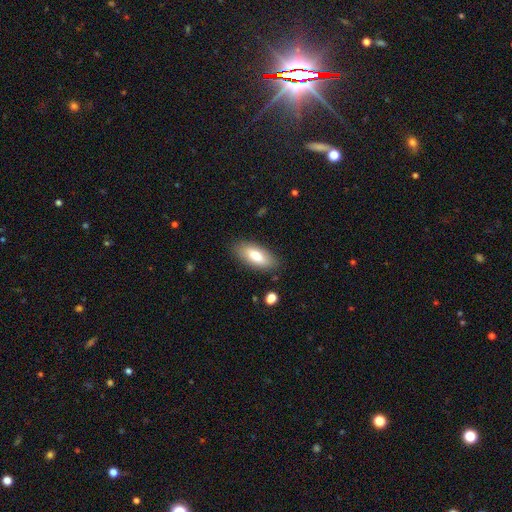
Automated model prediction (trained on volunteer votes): The model was most divided on "smooth or featured": smooth: 80%, featured or disk: 14%, star or artifact: 6%. More confident: merging — none (85%); how rounded — in between (83%).